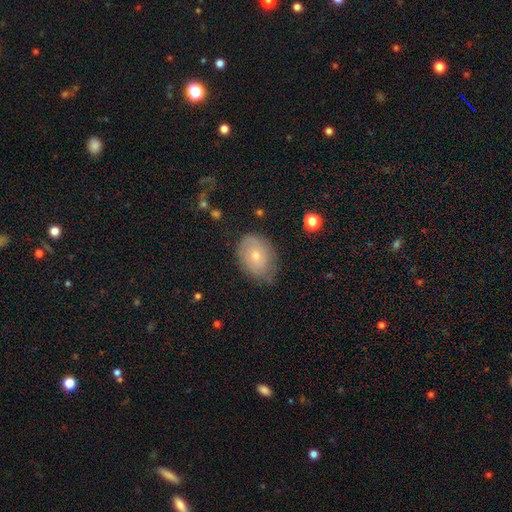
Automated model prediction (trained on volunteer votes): Smooth or featured? Predicted: smooth (p=0.50). How rounded? Predicted: in between (p=0.72). Merging? Predicted: none (p=0.68).